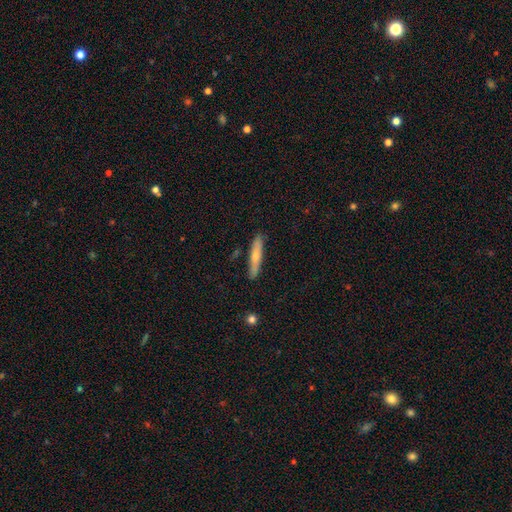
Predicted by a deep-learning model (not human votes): This appears to be a smooth galaxy with no disk features (65%) that is cigar-shaped (91%). Merging: none (87%).